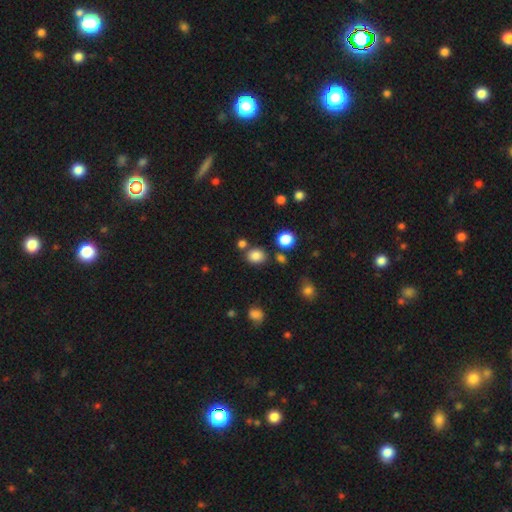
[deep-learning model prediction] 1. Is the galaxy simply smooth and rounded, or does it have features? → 83% smooth, 12% star or artifact, 5% featured or disk.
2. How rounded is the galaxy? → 62% round, 37% in between, 1% cigar-shaped.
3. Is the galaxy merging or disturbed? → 77% none, 10% minor disturbance, 9% merger, 3% major disturbance.